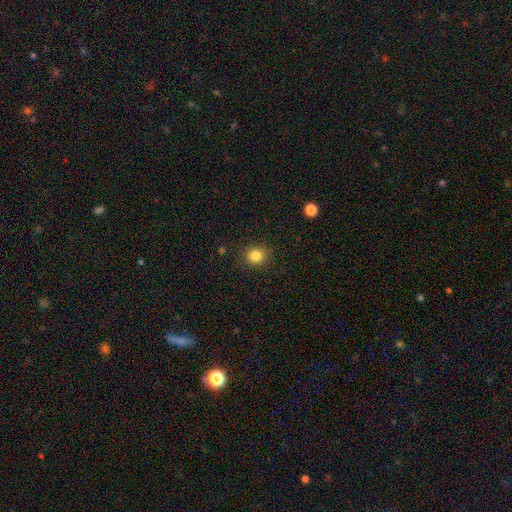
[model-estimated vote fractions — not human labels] smooth 84%, star or artifact 12%, featured or disk 5%. Down the decision tree: how rounded — round (86%); merging — none (89%).